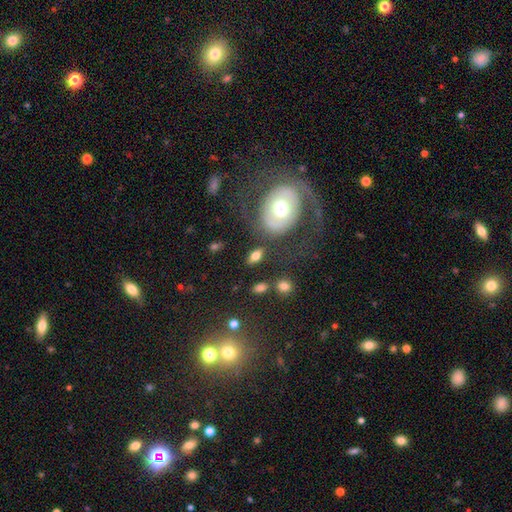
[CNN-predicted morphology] smooth 64%, featured or disk 26%, star or artifact 9%. Down the decision tree: how rounded — in between (81%); merging — none (73%).